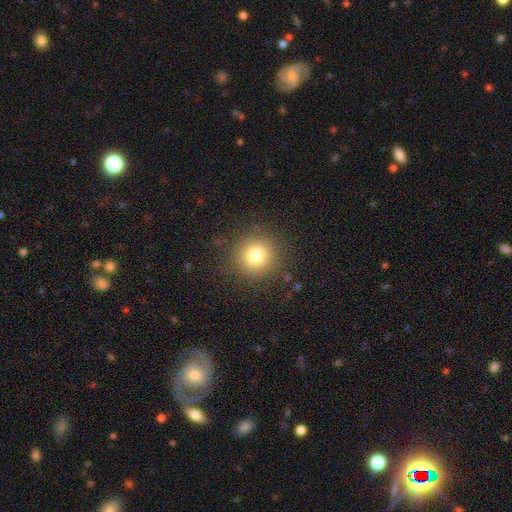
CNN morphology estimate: type=smooth (78%); roundness=round (94%); merging=none (87%).